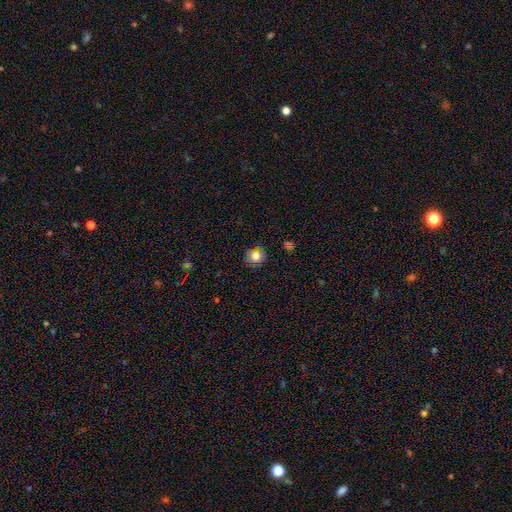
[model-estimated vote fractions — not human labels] Smooth or featured?
  - smooth: 75% *
  - star or artifact: 12%
  - featured or disk: 12%
How rounded?
  - round: 85% *
  - in between: 14%
  - cigar-shaped: 1%
Merging?
  - none: 84% *
  - minor disturbance: 12%
  - major disturbance: 3%
  - merger: 1%